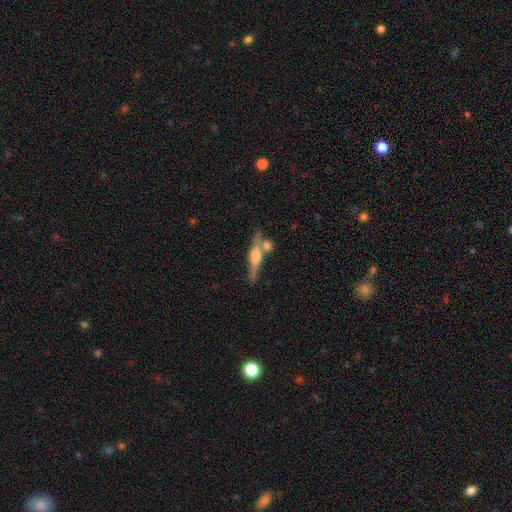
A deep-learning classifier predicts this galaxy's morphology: Smooth or featured? featured or disk (67%)
Edge-on disk? yes (95%)
Edge-on bulge? rounded (89%)
Merging? none (65%)